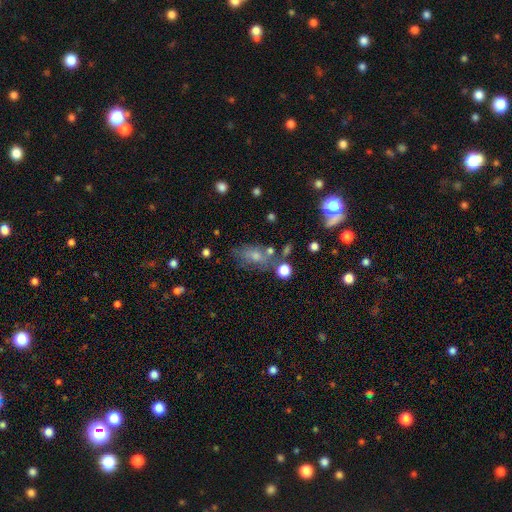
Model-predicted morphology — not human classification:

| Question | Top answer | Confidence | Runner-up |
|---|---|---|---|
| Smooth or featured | smooth | 48% | featured or disk (27%) |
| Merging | none | 63% | minor disturbance (18%) |